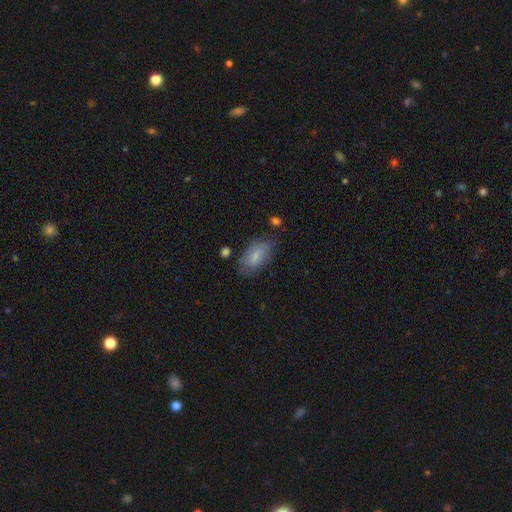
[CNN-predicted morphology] Smooth or featured? Predicted: smooth (p=0.72). How rounded? Predicted: in between (p=0.91). Merging? Predicted: none (p=0.67).